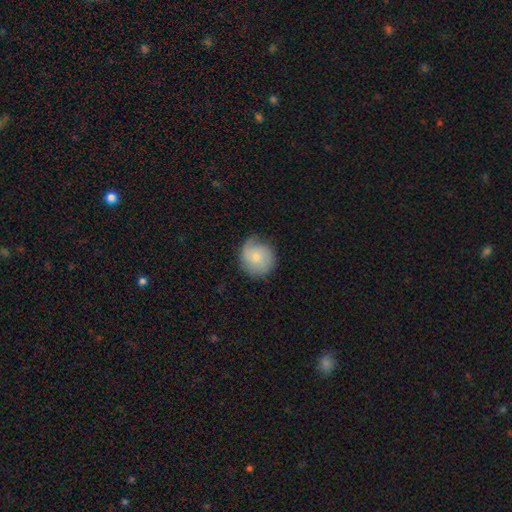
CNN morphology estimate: Smooth or featured? smooth (59%)
How rounded? round (86%)
Merging? none (61%)